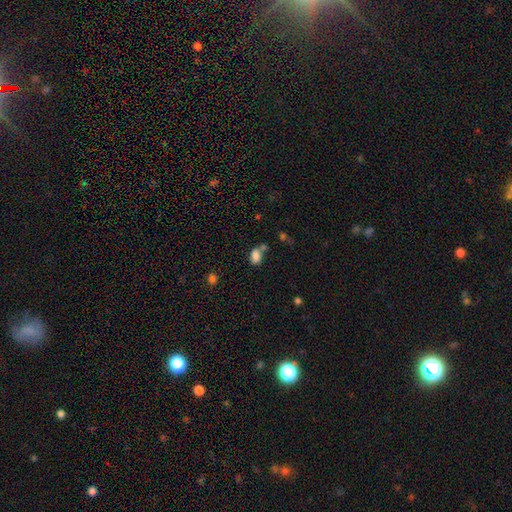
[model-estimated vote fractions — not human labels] Morphology: type=smooth (82%); roundness=in between (84%); merging=none (49%).